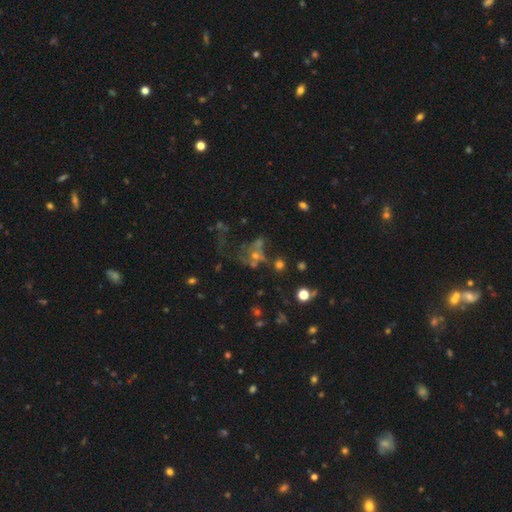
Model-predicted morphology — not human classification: A star or artifact, not a galaxy (35%, tied with featured or disk).

Vote fractions:
- Smooth or featured? star or artifact: 35% (tied) / featured or disk: 35% (tied) / smooth: 30%